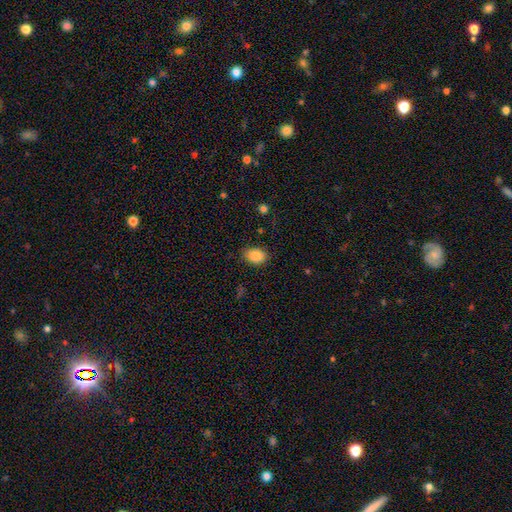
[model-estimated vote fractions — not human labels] A smooth galaxy with no disk features (88%) that is in between round and cigar-shaped (72%).

Vote fractions:
- Smooth or featured? smooth: 88% / star or artifact: 8% / featured or disk: 4%
- How rounded? in between: 72% / round: 27% / cigar-shaped: 1%
- Merging? none: 81% / minor disturbance: 15% / major disturbance: 3% / merger: 1%